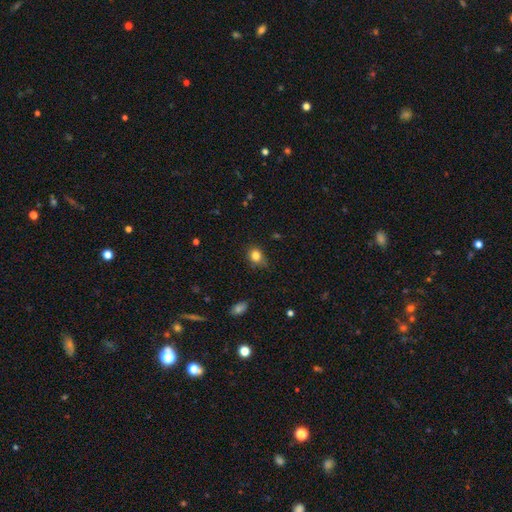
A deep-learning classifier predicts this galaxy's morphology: This is clearly a smooth galaxy (82%). How rounded: likely round (61%). Merging: likely none (71%).